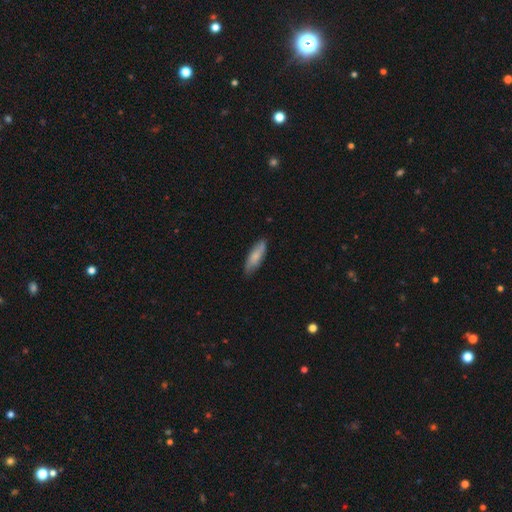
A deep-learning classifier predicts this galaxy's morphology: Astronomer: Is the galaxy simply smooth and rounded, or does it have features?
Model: smooth — 73%.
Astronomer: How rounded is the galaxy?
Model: cigar-shaped — 52% (runner-up: in between, 46%).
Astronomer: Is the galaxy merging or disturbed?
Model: none — 78%.